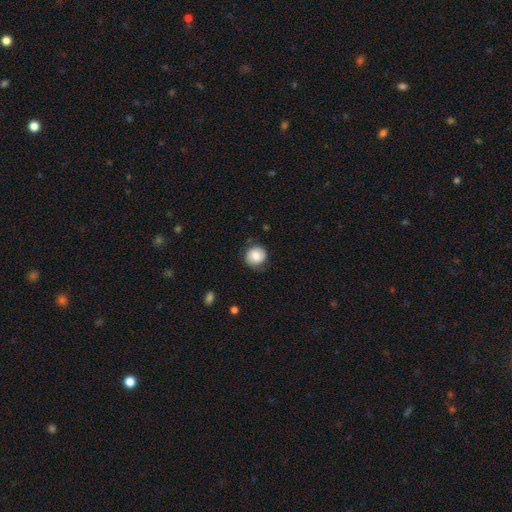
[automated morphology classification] Smooth or featured? Predicted: smooth (p=0.79). How rounded? Predicted: round (p=0.88). Merging? Predicted: none (p=0.77).